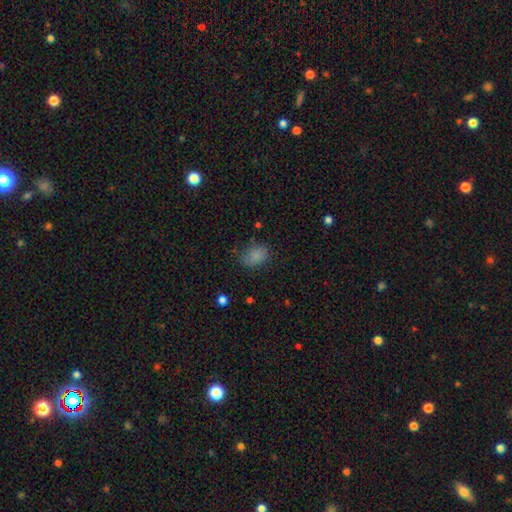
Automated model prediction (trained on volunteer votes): Smooth or featured? smooth (83%)
How rounded? in between (73%)
Merging? none (72%)